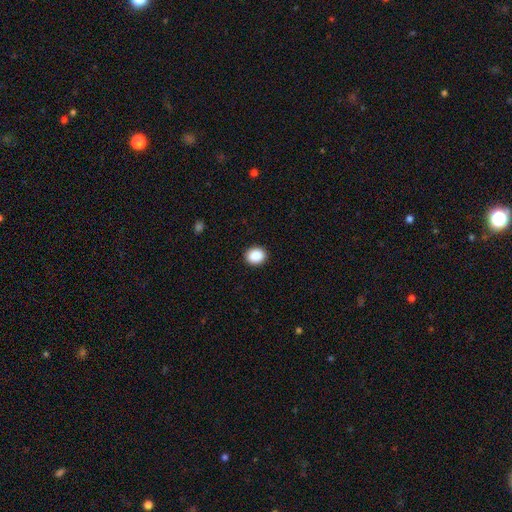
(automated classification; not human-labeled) Smooth or featured? smooth (89%)
How rounded? round (69%)
Merging? none (91%)